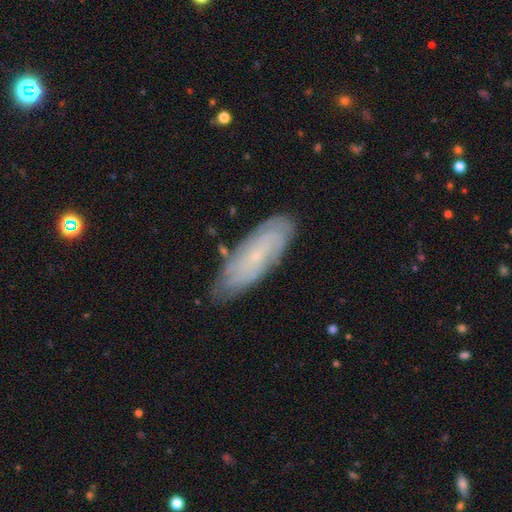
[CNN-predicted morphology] Smooth or featured? featured or disk (63%)
Edge-on disk? no (84%)
Bar? no (72%)
Spiral arms? yes (85%)
Bulge size? small (83%)
Merging? none (79%)